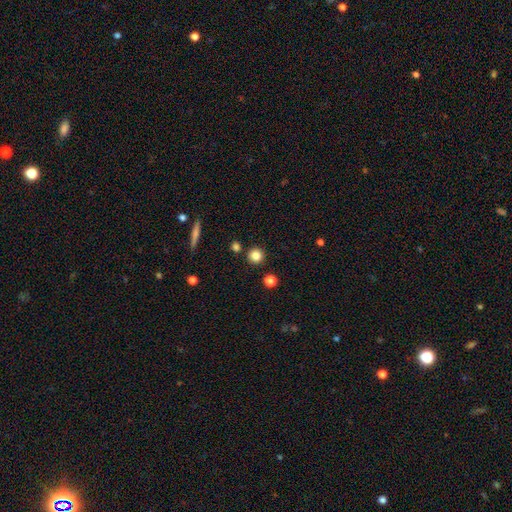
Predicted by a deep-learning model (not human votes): The model was most divided on "smooth or featured": smooth: 83%, star or artifact: 11%, featured or disk: 6%. More confident: how rounded — round (94%); merging — none (89%).